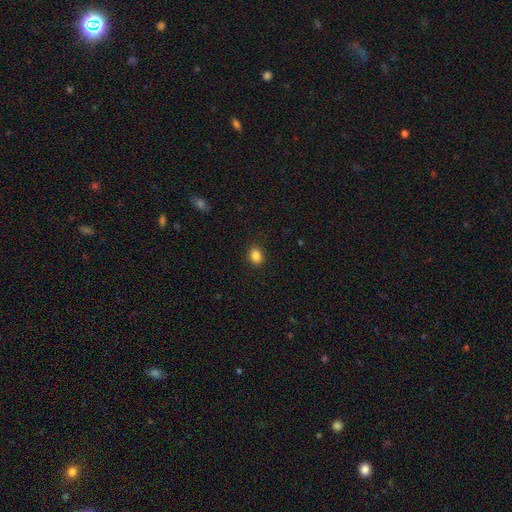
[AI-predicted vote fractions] The model was most divided on "how rounded": in between: 52%, round: 47%, cigar-shaped: 1%. More confident: merging — none (90%); smooth or featured — smooth (86%).